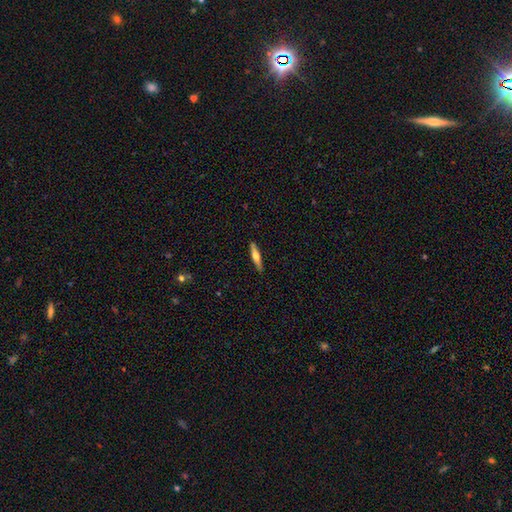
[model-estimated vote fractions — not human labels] The model was most divided on "smooth or featured": featured or disk: 49%, smooth: 45%, star or artifact: 6%. More confident: merging — none (90%).